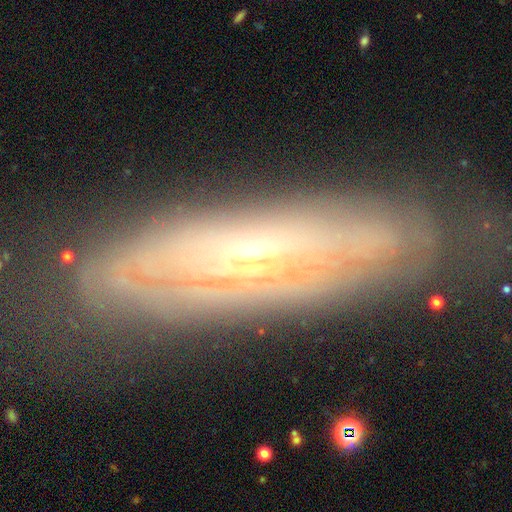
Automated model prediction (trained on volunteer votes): Smooth or featured? Predicted: featured or disk (p=0.77). Edge-on disk? Predicted: no (p=0.73). Bar? Predicted: no (p=0.77). Spiral arms? Predicted: yes (p=0.67). Bulge size? Predicted: small (p=0.67). Merging? Predicted: none (p=0.73).